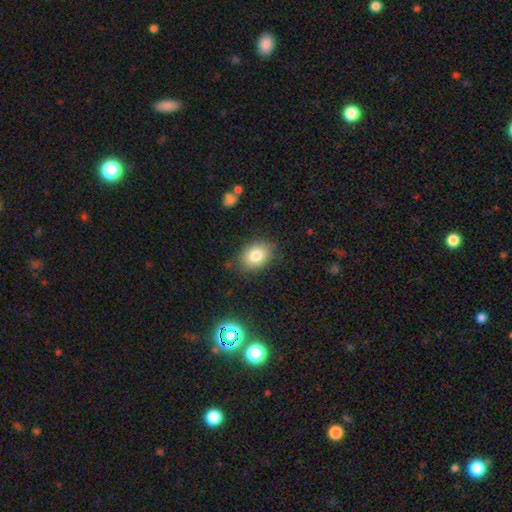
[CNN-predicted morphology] This is clearly a smooth galaxy (81%). How rounded: likely in between (71%). Merging: clearly none (81%).